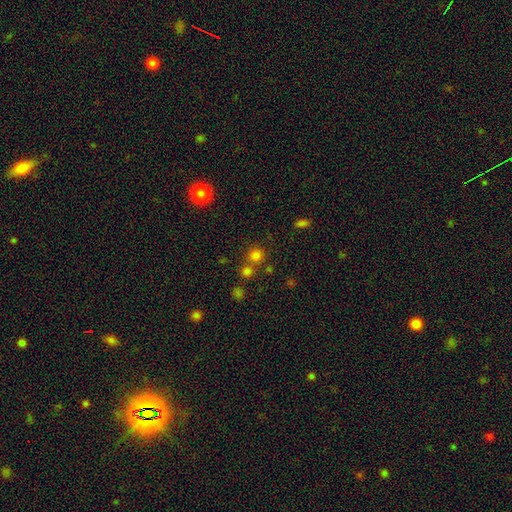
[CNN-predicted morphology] Smooth or featured?
  - smooth: 74% *
  - star or artifact: 20%
  - featured or disk: 6%
How rounded?
  - round: 90% *
  - in between: 9%
  - cigar-shaped: 1%
Merging?
  - none: 66% *
  - merger: 24%
  - minor disturbance: 8%
  - major disturbance: 3%